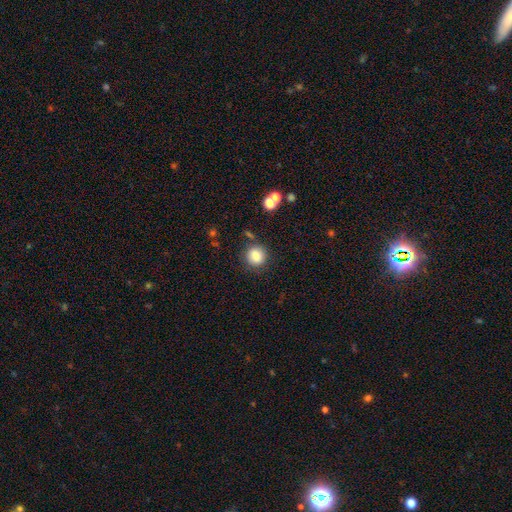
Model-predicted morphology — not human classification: Smooth or featured? Predicted: smooth (p=0.84). How rounded? Predicted: round (p=0.88). Merging? Predicted: none (p=0.82).